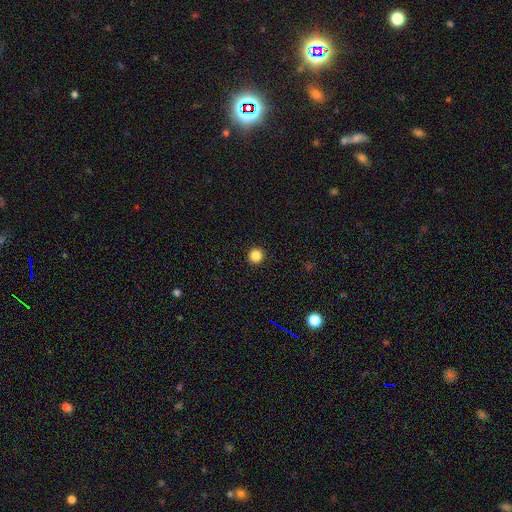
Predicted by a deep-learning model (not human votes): Morphology: type=smooth (85%); roundness=round (95%); merging=none (94%).